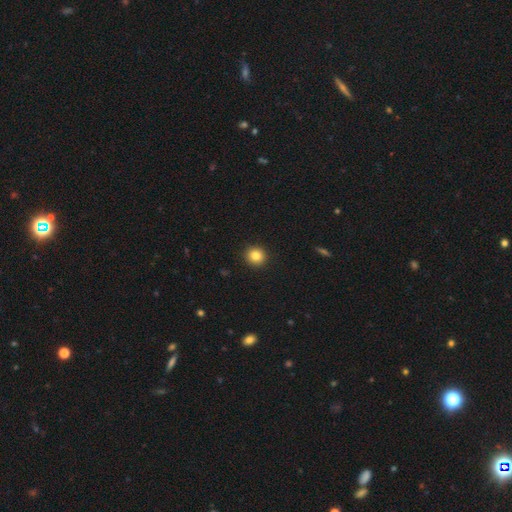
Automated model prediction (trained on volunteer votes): This is clearly a smooth galaxy (84%). How rounded: clearly round (92%). Merging: clearly none (93%).